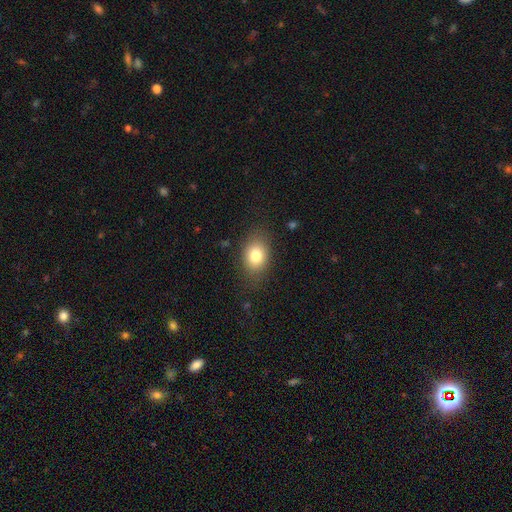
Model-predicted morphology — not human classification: type=smooth (80%); roundness=in between (71%); merging=none (79%).